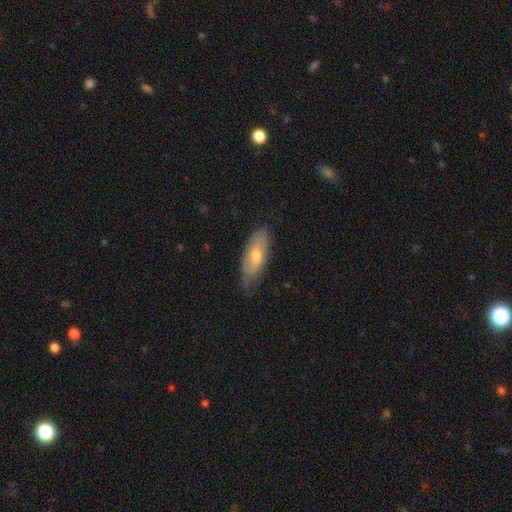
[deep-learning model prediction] Smooth or featured: smooth — 58% (featured or disk — 36%)
How rounded: in between — 69% (cigar-shaped — 29%)
Merging: none — 69% (minor disturbance — 26%)